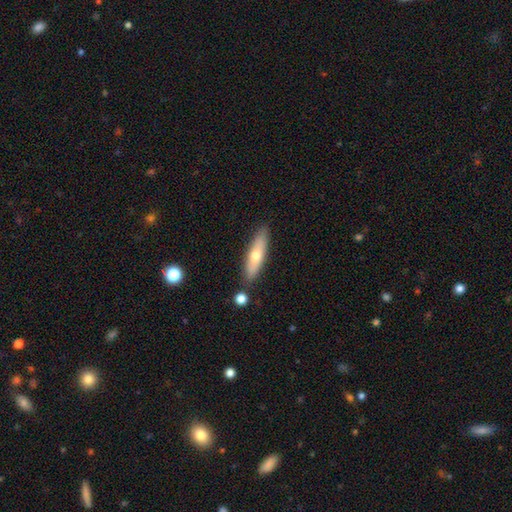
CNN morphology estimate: type=smooth (60%); roundness=cigar-shaped (69%); merging=none (82%).